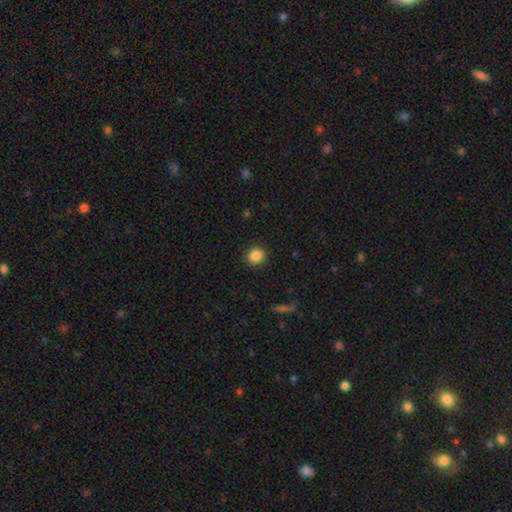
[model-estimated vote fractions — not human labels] Morphology: type=smooth (87%); roundness=round (84%); merging=none (90%).